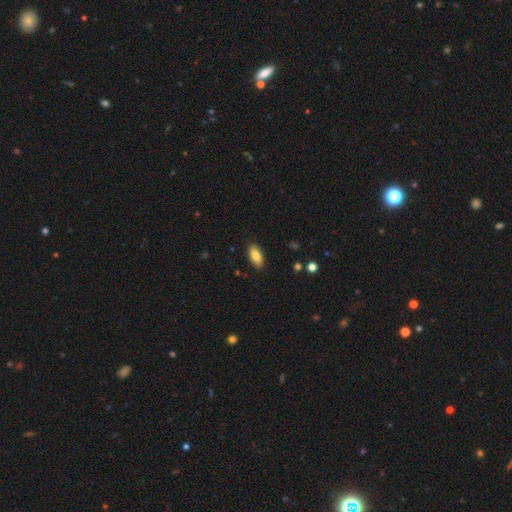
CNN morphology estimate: Q: Smooth or featured?
A: smooth (83%); runner-up: featured or disk (10%)
Q: How rounded?
A: in between (88%); runner-up: cigar-shaped (9%)
Q: Merging?
A: none (87%); runner-up: minor disturbance (10%)